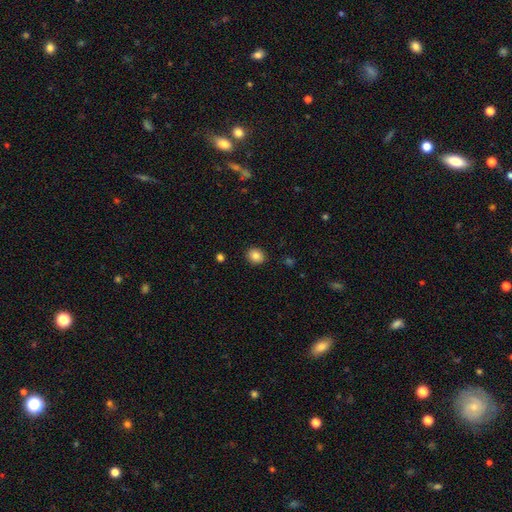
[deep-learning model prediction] A smooth galaxy with no disk features (84%) that is round (67%). Merging: none (90%).